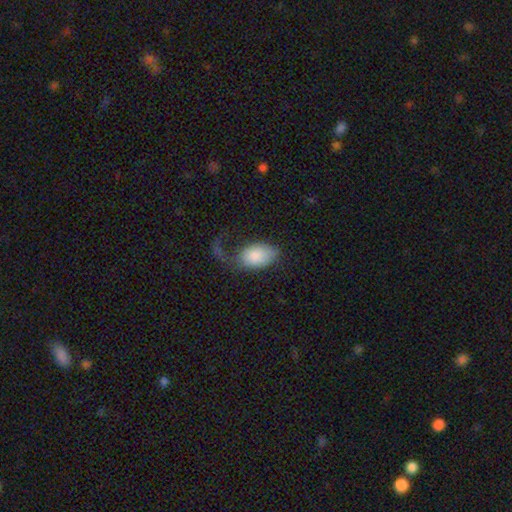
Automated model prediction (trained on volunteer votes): smooth_or_featured: smooth (p=0.81) [alt: featured or disk p=0.13]
how_rounded: in between (p=0.92) [alt: round p=0.07]
merging: major disturbance (p=0.45) [alt: none p=0.30]